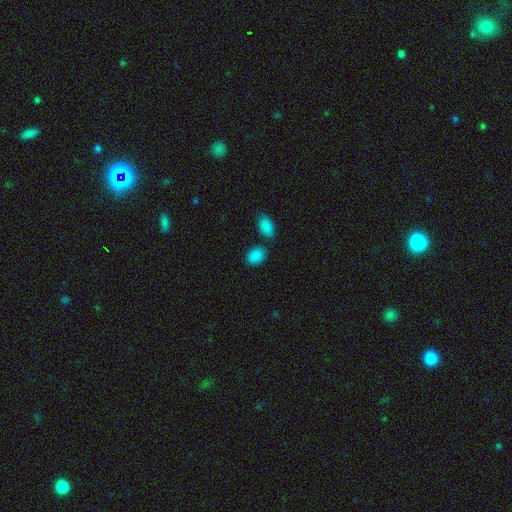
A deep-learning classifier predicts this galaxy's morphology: smooth_or_featured: smooth (p=0.88) [alt: star or artifact p=0.09]
how_rounded: in between (p=0.73) [alt: round p=0.25]
merging: none (p=0.72) [alt: minor disturbance p=0.13]